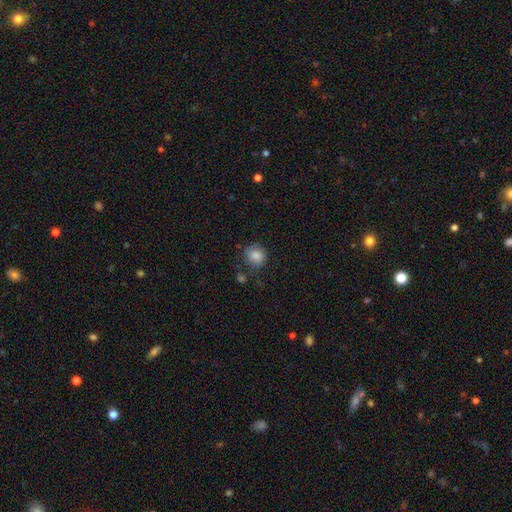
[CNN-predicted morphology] The model was most divided on "merging": none: 69%, minor disturbance: 19%, major disturbance: 6%, merger: 6%. More confident: smooth or featured — smooth (84%); how rounded — round (78%).